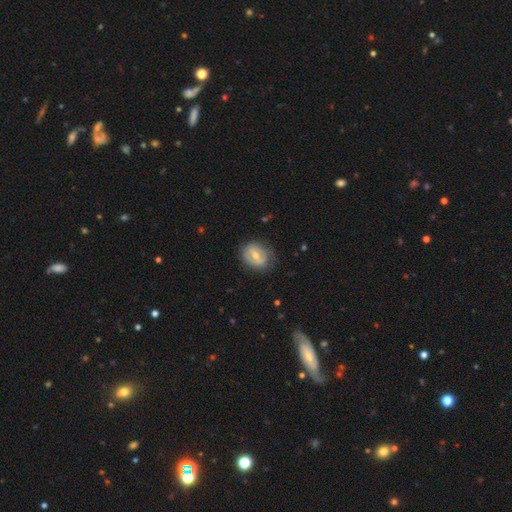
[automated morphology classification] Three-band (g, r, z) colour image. It shows a featured or disk galaxy (55%) with a weak bar (44%), no spiral arms (60%) and a moderate central bulge (56%). Merging: none (72%).